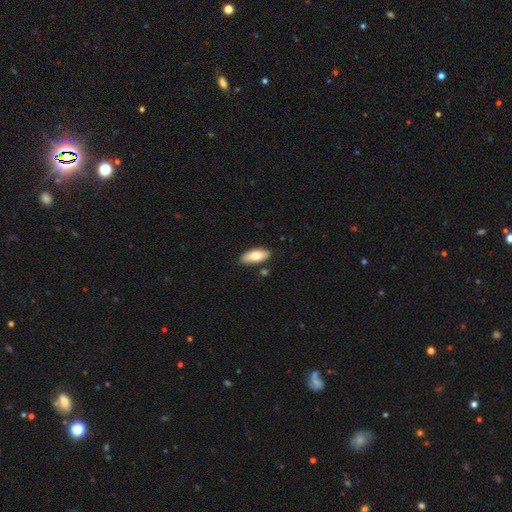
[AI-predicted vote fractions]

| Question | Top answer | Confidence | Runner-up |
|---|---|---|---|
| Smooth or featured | smooth | 77% | featured or disk (18%) |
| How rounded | in between | 80% | cigar-shaped (18%) |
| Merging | none | 83% | minor disturbance (11%) |